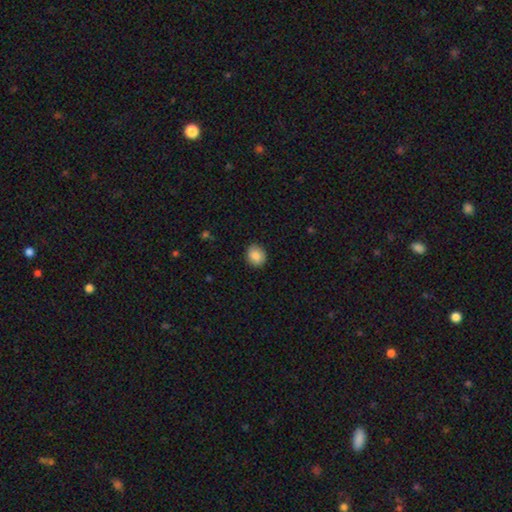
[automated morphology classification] Smooth or featured? Predicted: smooth (p=0.87). How rounded? Predicted: round (p=0.64). Merging? Predicted: none (p=0.89).